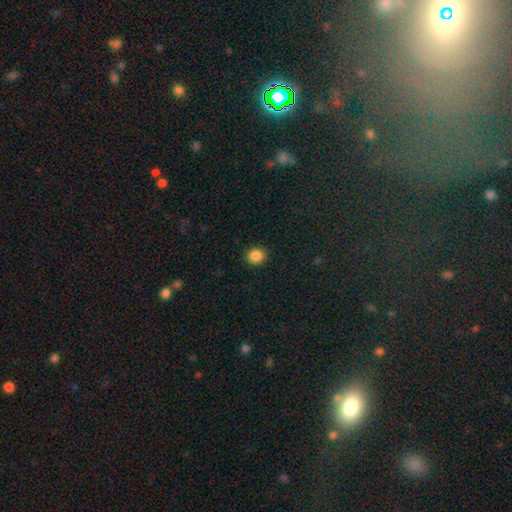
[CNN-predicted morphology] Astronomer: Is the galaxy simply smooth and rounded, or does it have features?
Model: smooth — 86%.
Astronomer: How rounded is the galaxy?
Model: round — 81%.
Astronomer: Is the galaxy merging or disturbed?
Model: none — 90%.